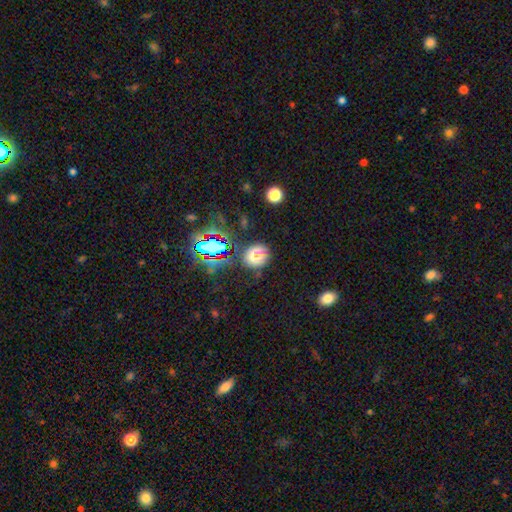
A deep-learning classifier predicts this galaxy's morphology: Smooth or featured?
  - smooth: 68% *
  - star or artifact: 18%
  - featured or disk: 14%
How rounded?
  - round: 76% *
  - in between: 23%
  - cigar-shaped: 1%
Merging?
  - none: 72% *
  - minor disturbance: 18%
  - major disturbance: 5%
  - merger: 5%